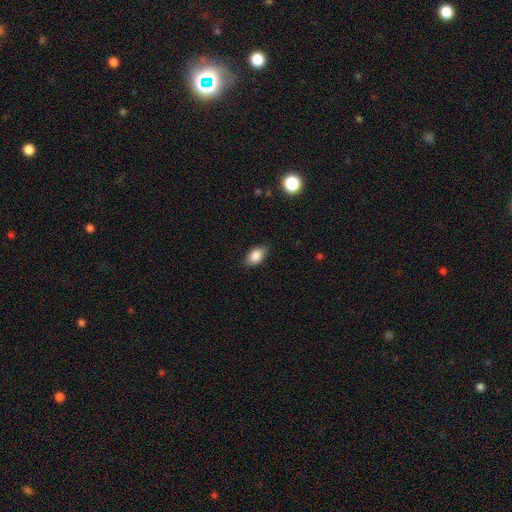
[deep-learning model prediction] Smooth or featured: smooth — 85% (star or artifact — 7%)
How rounded: in between — 88% (round — 9%)
Merging: none — 81% (minor disturbance — 15%)